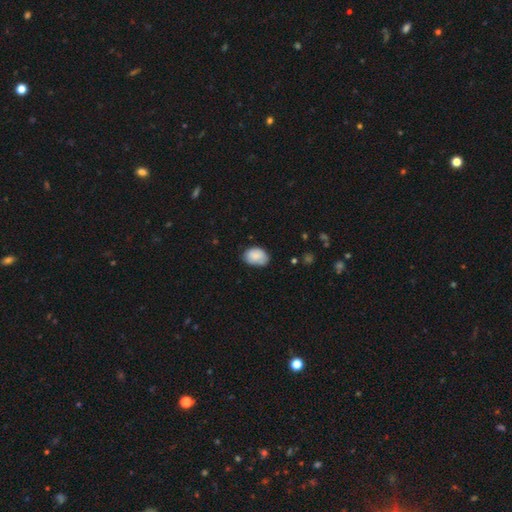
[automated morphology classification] smooth-or-featured: smooth: 83% | featured or disk: 10% | star or artifact: 7%
  how-rounded: in between: 80% | round: 19% | cigar-shaped: 1%
  merging: none: 63% | minor disturbance: 30% | major disturbance: 6% | merger: 2%